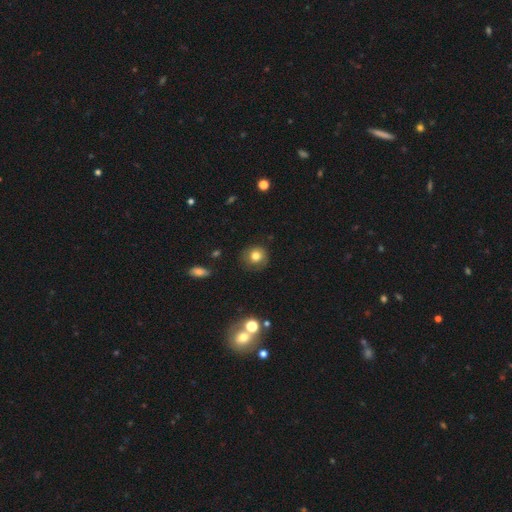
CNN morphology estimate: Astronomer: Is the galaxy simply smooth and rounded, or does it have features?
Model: smooth — 76%.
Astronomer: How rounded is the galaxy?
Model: round — 88%.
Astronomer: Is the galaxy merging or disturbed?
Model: none — 81%.